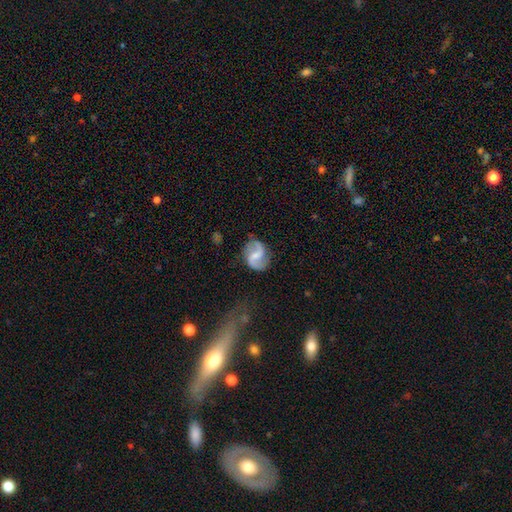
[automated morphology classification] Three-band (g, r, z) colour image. It shows a featured or disk galaxy (85%) with a weak bar (52%), 2 (93%) loose (47%) spiral arms (96%) and a small central bulge (45%). Merging: none (78%).